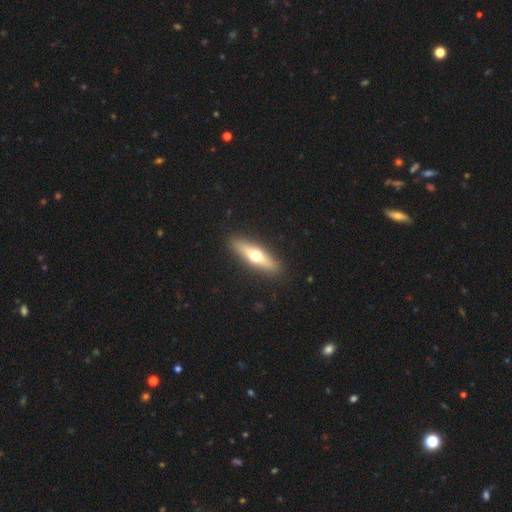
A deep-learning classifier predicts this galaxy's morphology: smooth_or_featured: featured or disk (p=0.48) [alt: smooth p=0.46]
merging: none (p=0.90) [alt: minor disturbance p=0.07]